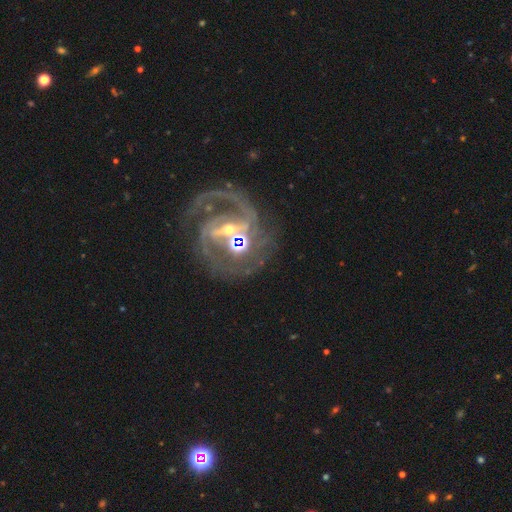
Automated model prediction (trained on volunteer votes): Smooth or featured: featured or disk — 89% (star or artifact — 6%)
Edge-on disk: no — 98% (yes — 2%)
Bar: weak — 40% (strong — 36%)
Spiral arms: yes — 96% (no — 4%)
Spiral winding: medium — 52% (tight — 33%)
Spiral arm count: 2 — 70% (3 — 10%)
Bulge size: small — 55% (moderate — 34%)
Merging: none — 43% (merger — 29%)